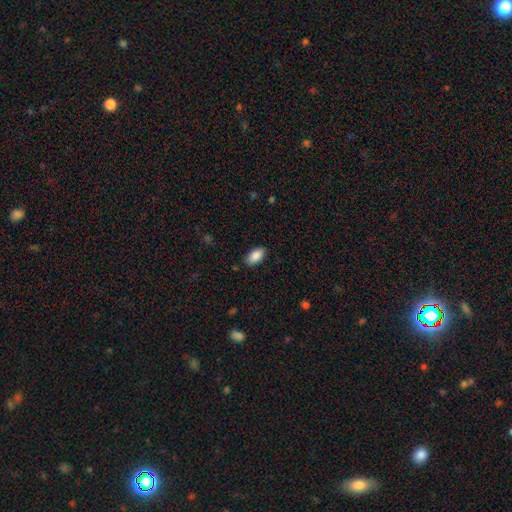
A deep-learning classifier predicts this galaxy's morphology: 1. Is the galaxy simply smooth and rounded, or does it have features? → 88% smooth, 7% star or artifact, 5% featured or disk.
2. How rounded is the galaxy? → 94% in between, 4% round, 2% cigar-shaped.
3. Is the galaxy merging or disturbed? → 85% none, 12% minor disturbance, 2% major disturbance, 1% merger.